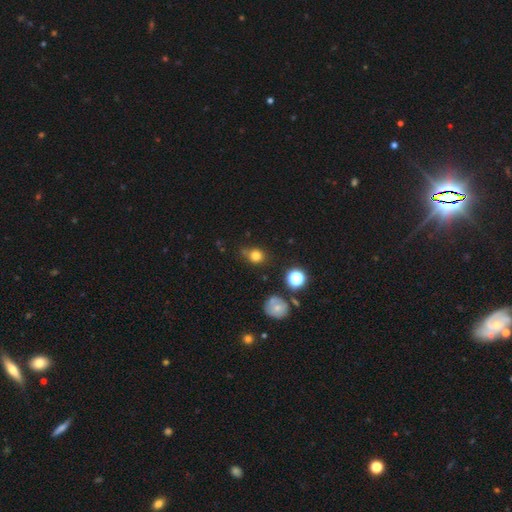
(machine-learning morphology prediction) Smooth or featured?
  - smooth: 77% *
  - star or artifact: 16%
  - featured or disk: 8%
How rounded?
  - round: 72% *
  - in between: 27%
  - cigar-shaped: 1%
Merging?
  - none: 68% *
  - minor disturbance: 20%
  - merger: 7%
  - major disturbance: 5%